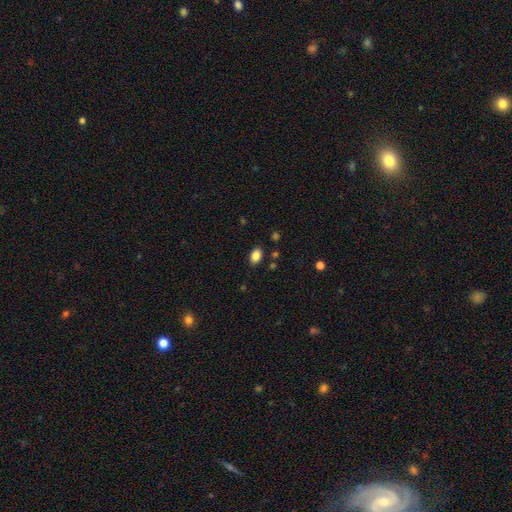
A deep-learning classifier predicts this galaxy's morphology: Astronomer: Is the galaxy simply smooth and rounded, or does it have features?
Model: smooth — 85%.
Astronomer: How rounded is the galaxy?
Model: in between — 83%.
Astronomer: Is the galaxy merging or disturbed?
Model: none — 85%.